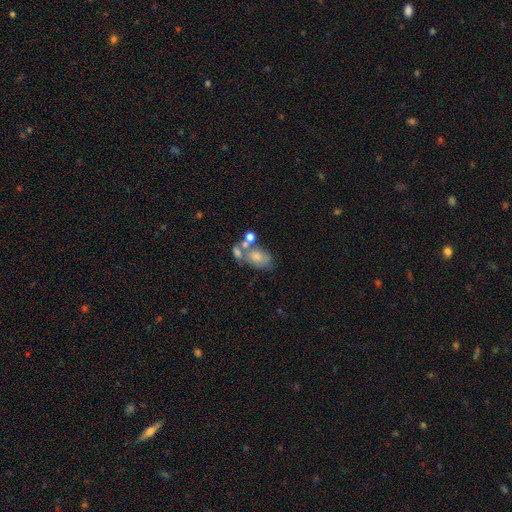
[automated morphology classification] smooth-or-featured: smooth: 60% | featured or disk: 27% | star or artifact: 13%
  how-rounded: in between: 83% | round: 15% | cigar-shaped: 2%
  merging: merger: 41% | none: 31% | minor disturbance: 15% | major disturbance: 13%